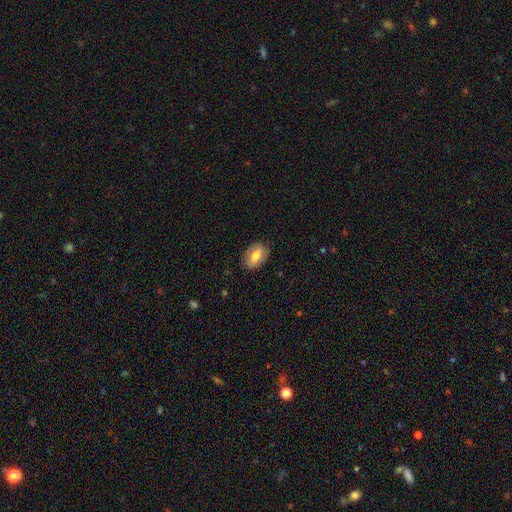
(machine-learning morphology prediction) Smooth or featured: smooth — 72% (featured or disk — 22%)
How rounded: in between — 86% (round — 12%)
Merging: none — 84% (minor disturbance — 13%)